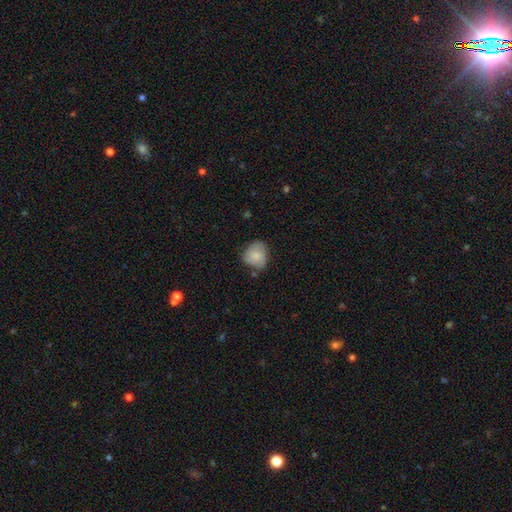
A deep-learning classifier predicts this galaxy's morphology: type=smooth (72%); roundness=round (72%); merging=none (57%).